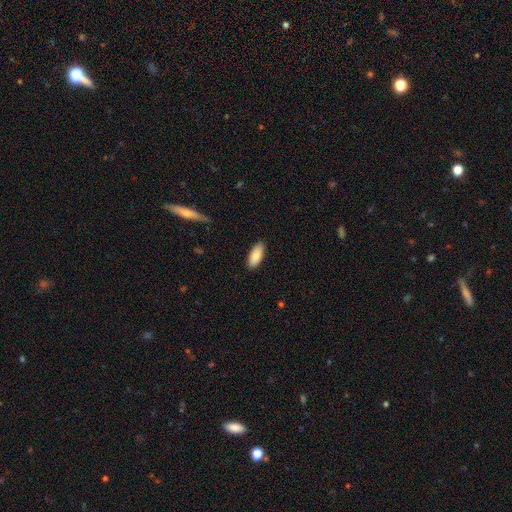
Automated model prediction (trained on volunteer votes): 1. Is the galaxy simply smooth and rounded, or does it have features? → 88% smooth, 6% featured or disk, 6% star or artifact.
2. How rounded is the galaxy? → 87% in between, 11% cigar-shaped, 2% round.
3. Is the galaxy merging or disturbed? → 86% none, 11% minor disturbance, 2% major disturbance, 1% merger.